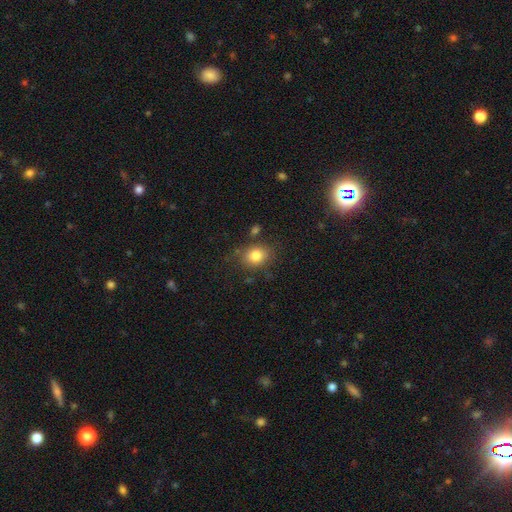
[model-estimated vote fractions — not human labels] This appears to be a smooth galaxy with no disk features (82%) that is round (55%). Merging: none (76%).